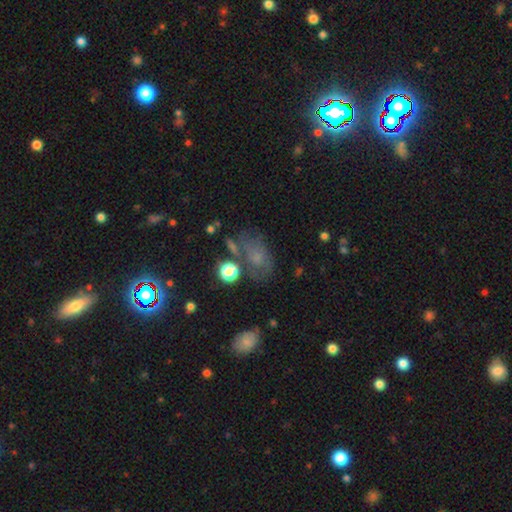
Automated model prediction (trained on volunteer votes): smooth 46%, featured or disk 28%, star or artifact 26%. Down the decision tree: merging — none (52%).